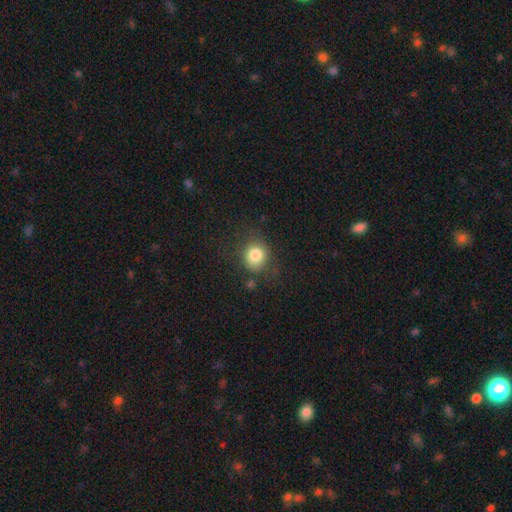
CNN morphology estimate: Q: Smooth or featured?
A: smooth (80%); runner-up: star or artifact (13%)
Q: How rounded?
A: round (80%); runner-up: in between (19%)
Q: Merging?
A: none (79%); runner-up: minor disturbance (14%)